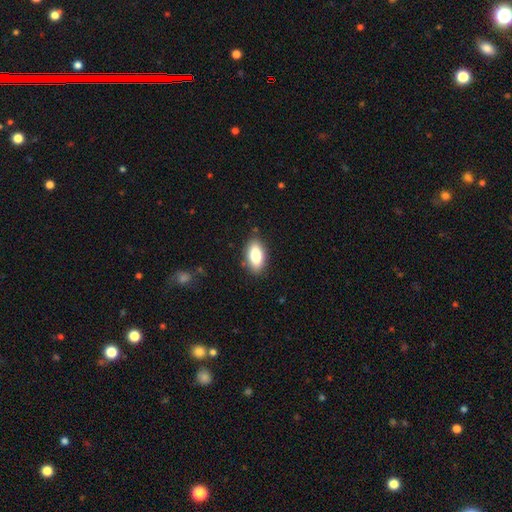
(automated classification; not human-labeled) Smooth or featured? Predicted: smooth (p=0.81). How rounded? Predicted: in between (p=0.91). Merging? Predicted: none (p=0.86).